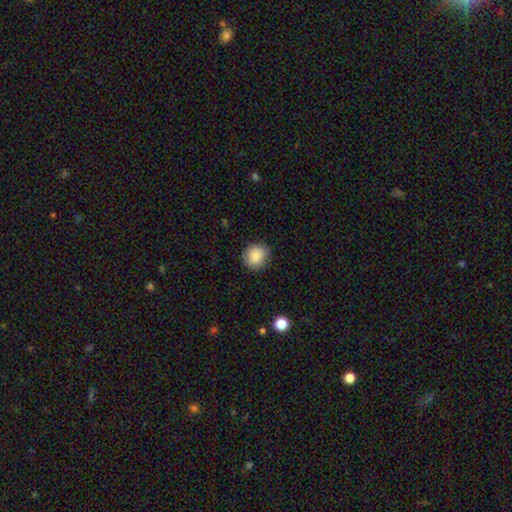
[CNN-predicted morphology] The model was most divided on "how rounded": round: 83%, in between: 16%, cigar-shaped: 1%. More confident: merging — none (87%); smooth or featured — smooth (87%).